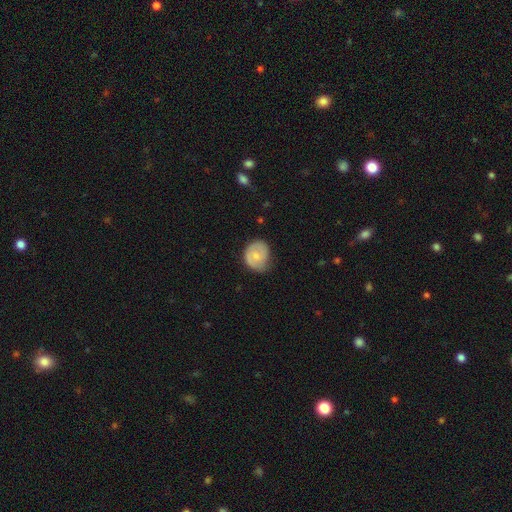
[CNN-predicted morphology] This is possibly a smooth galaxy (58%). How rounded: likely round (65%). Merging: possibly none (54%).